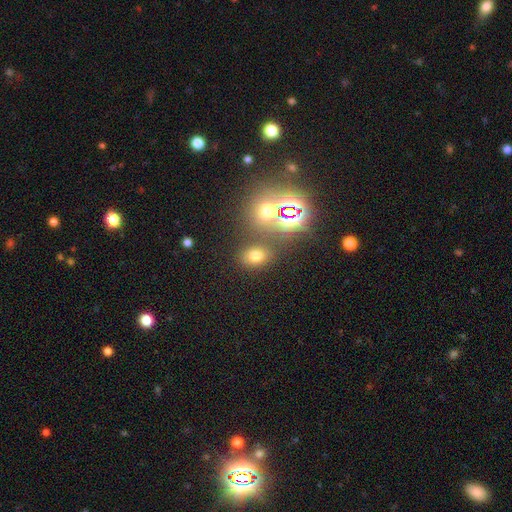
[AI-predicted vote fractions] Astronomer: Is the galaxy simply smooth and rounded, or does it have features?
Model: smooth — 65%.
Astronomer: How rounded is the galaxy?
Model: in between — 63%.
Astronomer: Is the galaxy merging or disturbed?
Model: none — 74%.